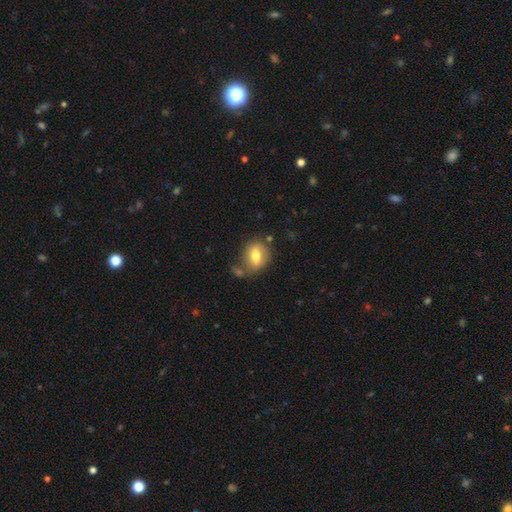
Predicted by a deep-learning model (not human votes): Smooth or featured?
  - smooth: 69% *
  - featured or disk: 22%
  - star or artifact: 9%
How rounded?
  - in between: 58% *
  - round: 40%
  - cigar-shaped: 2%
Merging?
  - none: 58% *
  - minor disturbance: 18%
  - merger: 16%
  - major disturbance: 8%